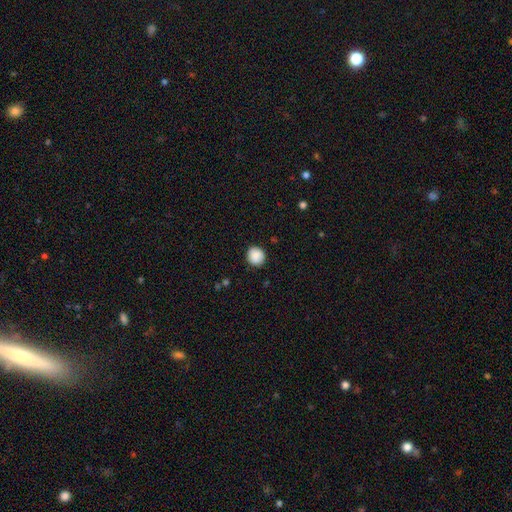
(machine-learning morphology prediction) smooth-or-featured: smooth: 89% | star or artifact: 8% | featured or disk: 3%
  how-rounded: round: 91% | in between: 8% | cigar-shaped: 1%
  merging: none: 90% | minor disturbance: 7% | major disturbance: 2% | merger: 1%